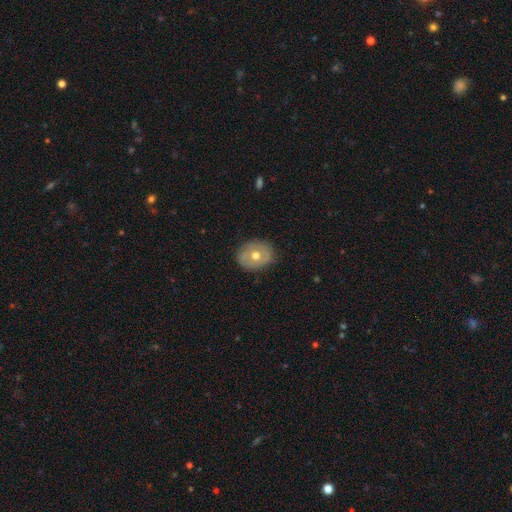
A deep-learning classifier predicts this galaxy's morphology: Smooth or featured? Predicted: smooth (p=0.48). Merging? Predicted: none (p=0.82).